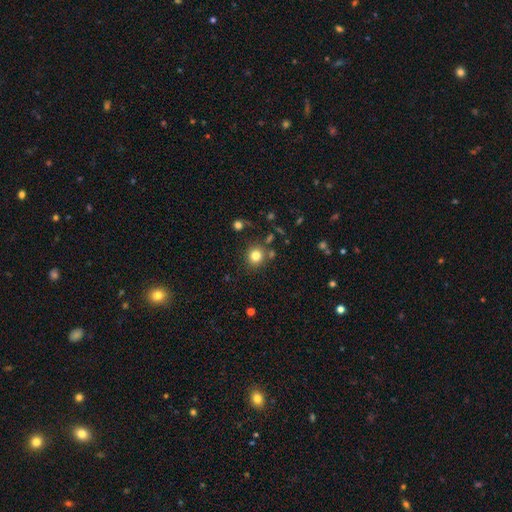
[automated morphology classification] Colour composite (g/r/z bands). It shows a smooth galaxy with no disk features (81%) that is round (90%). Merging: none (83%).